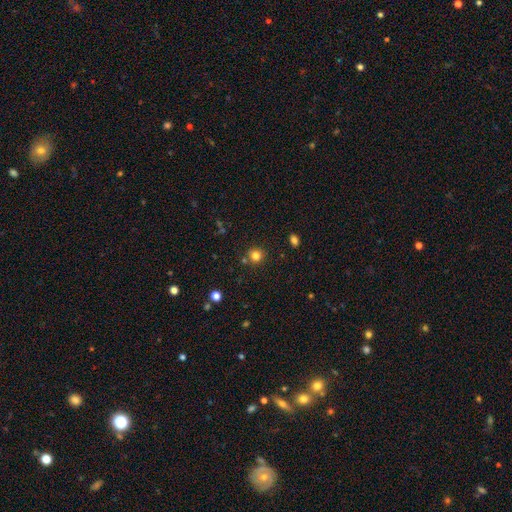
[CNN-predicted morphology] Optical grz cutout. It shows a smooth galaxy with no disk features (80%) that is round (89%). Merging: none (82%).